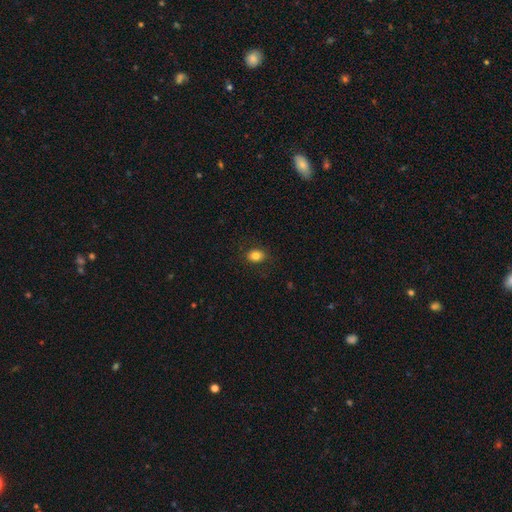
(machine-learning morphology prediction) smooth 83%, star or artifact 10%, featured or disk 7%. Down the decision tree: how rounded — in between (63%); merging — none (85%).